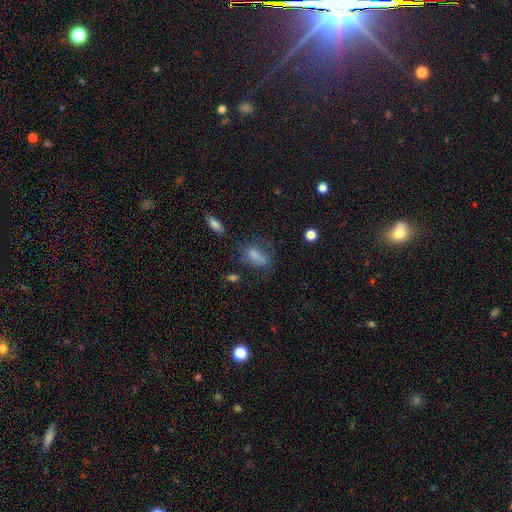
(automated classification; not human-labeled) This appears to be a smooth galaxy with no disk features (74%) that is in between round and cigar-shaped (82%). Merging: none (48%).